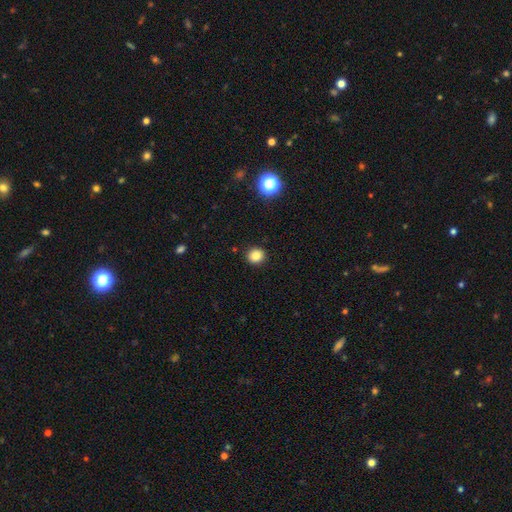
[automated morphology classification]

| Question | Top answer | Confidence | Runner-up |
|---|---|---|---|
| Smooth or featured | smooth | 84% | star or artifact (12%) |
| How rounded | round | 86% | in between (13%) |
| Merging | none | 91% | minor disturbance (6%) |